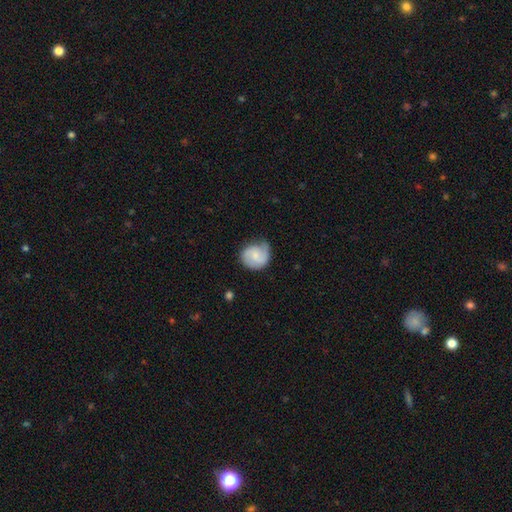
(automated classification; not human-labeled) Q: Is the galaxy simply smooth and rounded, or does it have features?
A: featured or disk — 59%.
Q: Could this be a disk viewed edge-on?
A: no — 98%.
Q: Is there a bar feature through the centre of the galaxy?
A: no — 52%.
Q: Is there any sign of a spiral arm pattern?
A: yes — 92%.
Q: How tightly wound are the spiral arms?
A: medium — 43%.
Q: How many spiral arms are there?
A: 2 — 69%.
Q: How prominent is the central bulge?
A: small — 50%.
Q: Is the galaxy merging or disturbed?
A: none — 63%.